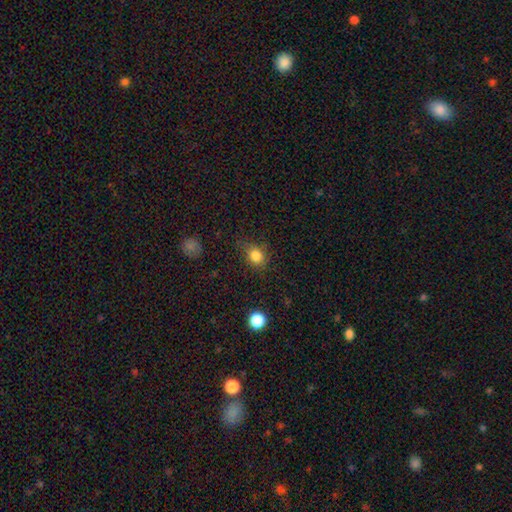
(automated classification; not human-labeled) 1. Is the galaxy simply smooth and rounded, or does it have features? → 83% smooth, 12% star or artifact, 5% featured or disk.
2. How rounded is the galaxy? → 64% round, 35% in between, 1% cigar-shaped.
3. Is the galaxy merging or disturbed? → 72% none, 21% minor disturbance, 6% major disturbance, 2% merger.